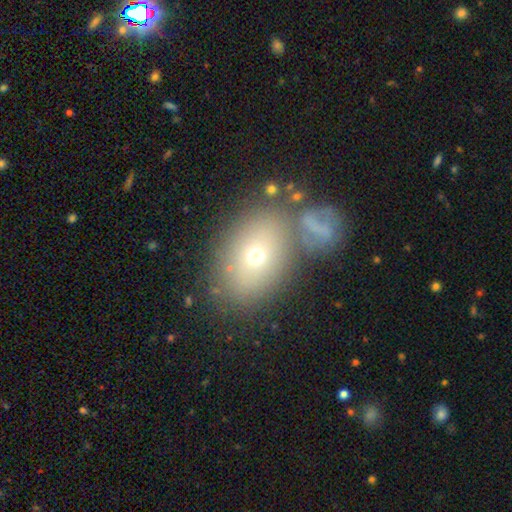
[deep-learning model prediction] Smooth or featured? smooth (64%)
How rounded? in between (71%)
Merging? none (61%)